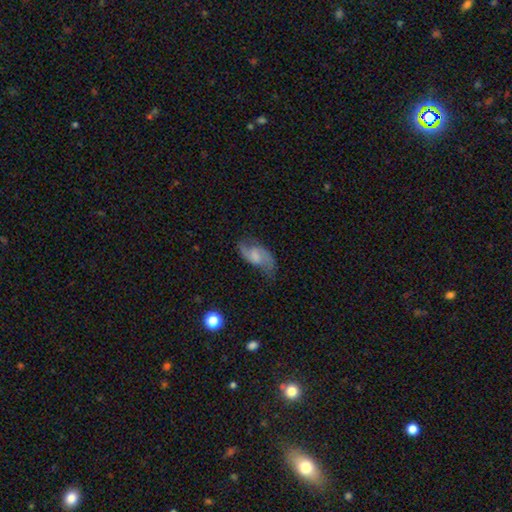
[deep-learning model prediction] A featured or disk galaxy (66%) with a weak bar (50%), 2 (88%) loose (55%) spiral arms (90%) and no central bulge (36%).

Vote fractions:
- Smooth or featured? featured or disk: 66% / smooth: 26% / star or artifact: 8%
- Edge-on disk? no: 95% / yes: 5%
- Bar? weak: 50% / no: 37% / strong: 13%
- Spiral arms? yes: 90% / no: 10%
- Spiral winding? loose: 55% / medium: 36% / tight: 9%
- Spiral arm count? 2: 88% / can't tell: 5% / 1: 4% / 3: 1% / 4: 1% / more than 4: 1%
- Bulge size? none: 36% / moderate: 27% / small: 27% / large: 9% / dominant: 2%
- Merging? none: 63% / minor disturbance: 22% / major disturbance: 12% / merger: 2%